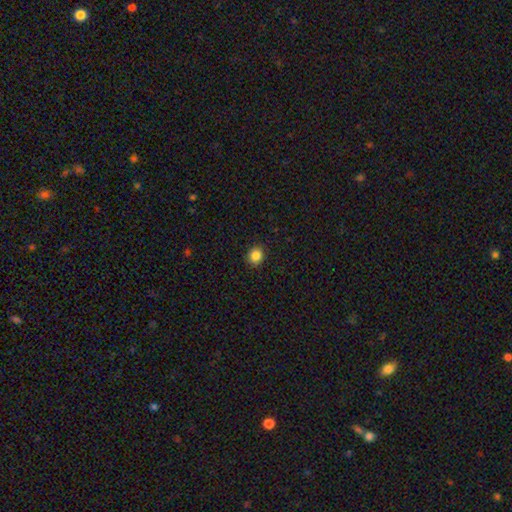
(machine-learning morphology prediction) Q: Smooth or featured?
A: smooth (86%); runner-up: star or artifact (11%)
Q: How rounded?
A: round (83%); runner-up: in between (16%)
Q: Merging?
A: none (92%); runner-up: minor disturbance (6%)